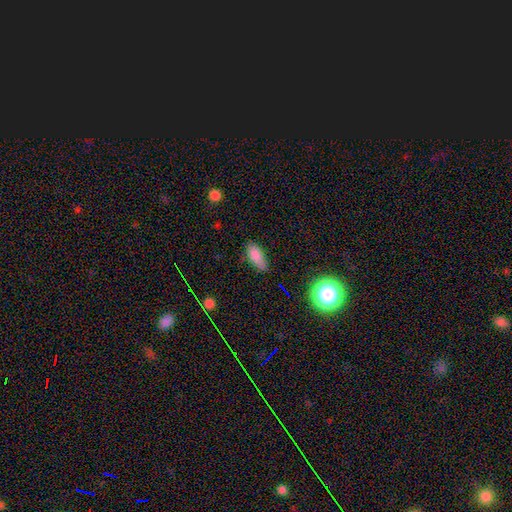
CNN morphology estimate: type=smooth (83%); roundness=in between (83%); merging=none (72%).